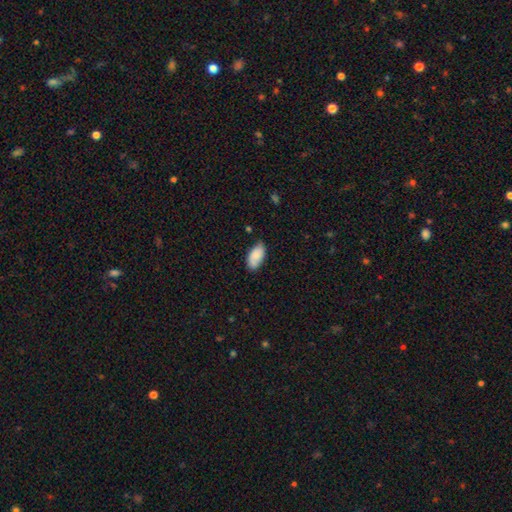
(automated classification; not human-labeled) Q: Smooth or featured?
A: smooth (83%); runner-up: featured or disk (10%)
Q: How rounded?
A: in between (94%); runner-up: cigar-shaped (4%)
Q: Merging?
A: none (74%); runner-up: minor disturbance (21%)